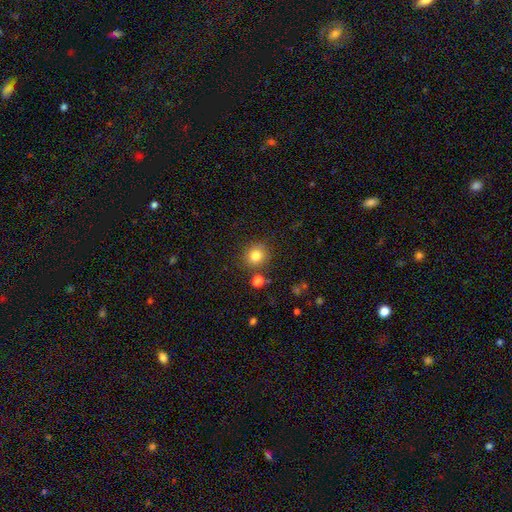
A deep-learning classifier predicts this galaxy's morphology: Smooth or featured?
  - smooth: 81% *
  - star or artifact: 12%
  - featured or disk: 7%
How rounded?
  - round: 86% *
  - in between: 13%
  - cigar-shaped: 1%
Merging?
  - none: 82% *
  - minor disturbance: 9%
  - merger: 6%
  - major disturbance: 3%